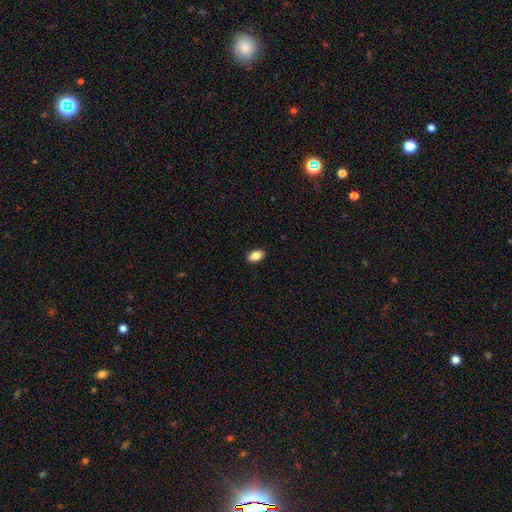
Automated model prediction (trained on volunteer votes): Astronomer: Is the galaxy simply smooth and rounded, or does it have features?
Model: smooth — 87%.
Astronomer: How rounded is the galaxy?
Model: in between — 90%.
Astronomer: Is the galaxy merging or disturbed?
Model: none — 90%.